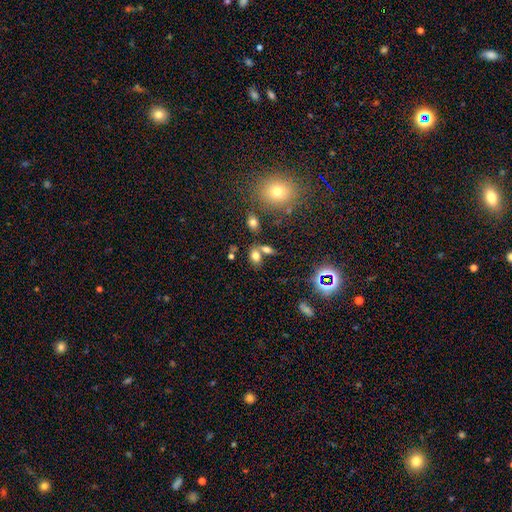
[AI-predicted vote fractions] Smooth or featured: smooth — 73% (star or artifact — 15%)
How rounded: in between — 78% (round — 19%)
Merging: none — 51% (merger — 32%)